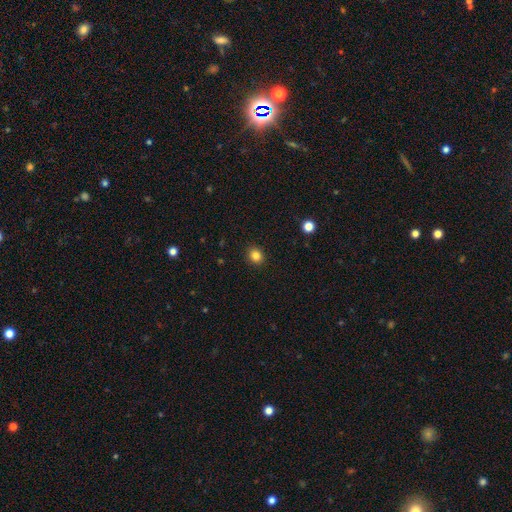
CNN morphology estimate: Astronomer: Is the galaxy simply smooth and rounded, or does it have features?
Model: smooth — 84%.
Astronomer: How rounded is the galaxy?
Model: round — 77%.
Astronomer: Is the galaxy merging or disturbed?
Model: none — 91%.